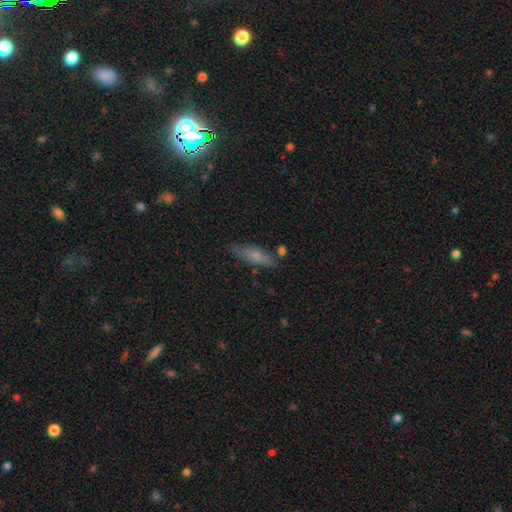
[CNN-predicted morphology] Smooth or featured? Predicted: smooth (p=0.67). How rounded? Predicted: cigar-shaped (p=0.60). Merging? Predicted: none (p=0.73).